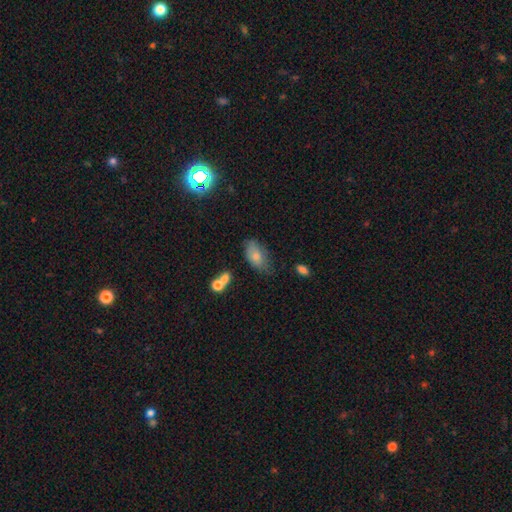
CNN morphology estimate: Smooth or featured? Predicted: smooth (p=0.77). How rounded? Predicted: in between (p=0.93). Merging? Predicted: none (p=0.51).